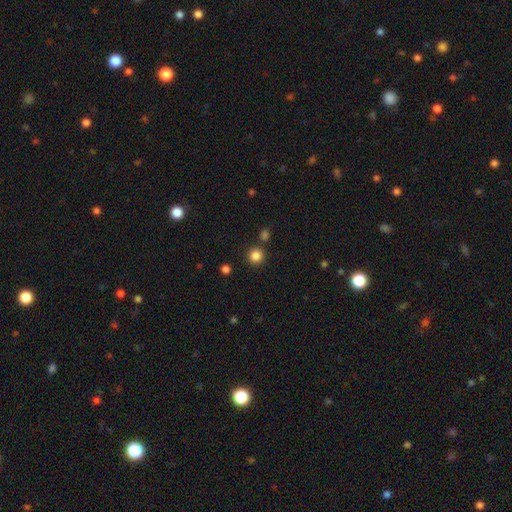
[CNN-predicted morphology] This is clearly a smooth galaxy (84%). How rounded: clearly round (93%). Merging: clearly none (86%).